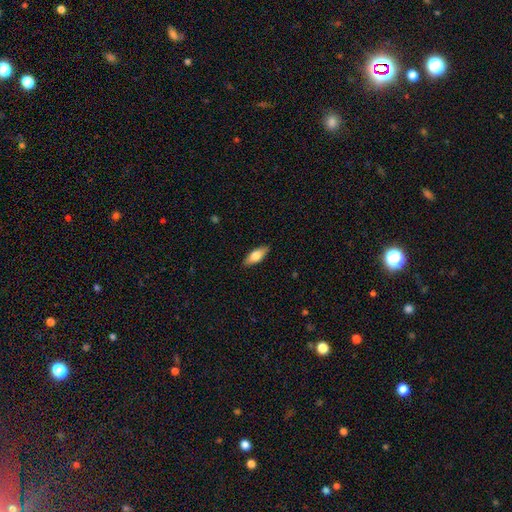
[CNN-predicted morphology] smooth 72%, featured or disk 22%, star or artifact 6%. Down the decision tree: how rounded — in between (75%); merging — none (88%).